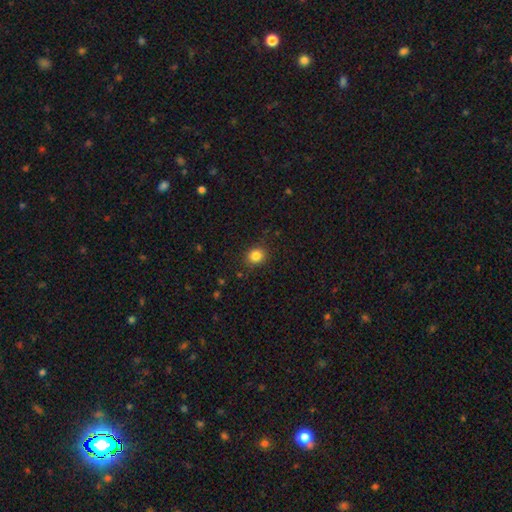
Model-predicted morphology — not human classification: This is clearly a smooth galaxy (84%). How rounded: likely round (75%). Merging: clearly none (87%).